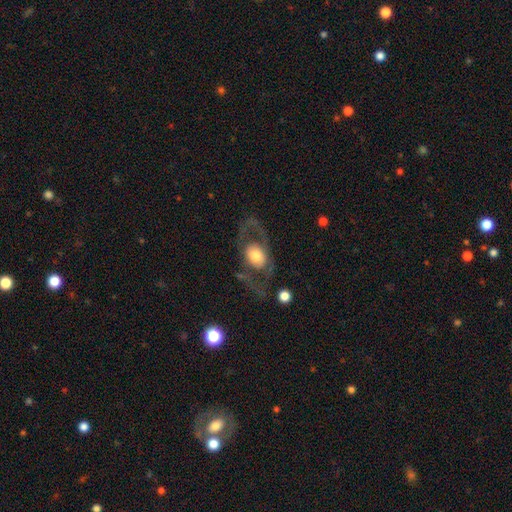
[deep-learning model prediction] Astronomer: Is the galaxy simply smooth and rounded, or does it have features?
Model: featured or disk — 53% (runner-up: smooth, 41%).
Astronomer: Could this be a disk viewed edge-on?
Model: no — 89%.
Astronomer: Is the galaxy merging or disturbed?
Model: none — 59%.